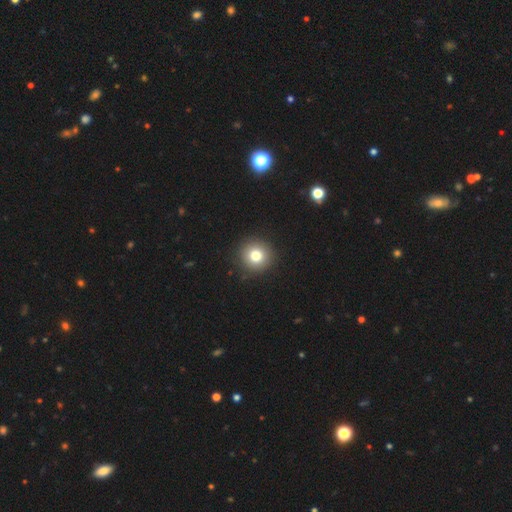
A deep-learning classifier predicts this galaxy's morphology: This appears to be a smooth galaxy with no disk features (78%) that is round (94%). Merging: none (92%).